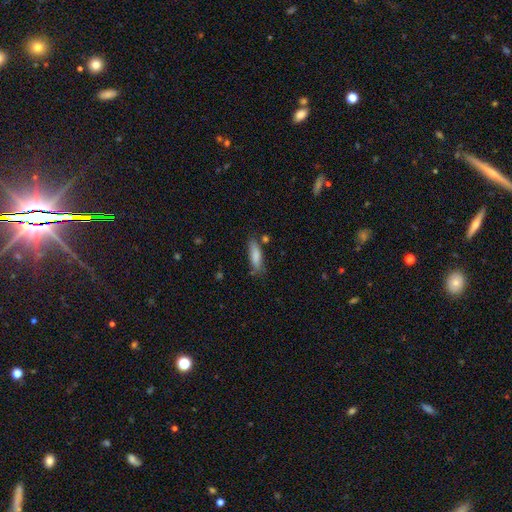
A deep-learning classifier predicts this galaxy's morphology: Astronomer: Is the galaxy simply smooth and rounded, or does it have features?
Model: smooth — 81%.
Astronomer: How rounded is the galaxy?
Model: cigar-shaped — 55% (runner-up: in between, 43%).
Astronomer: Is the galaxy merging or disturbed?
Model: none — 70%.